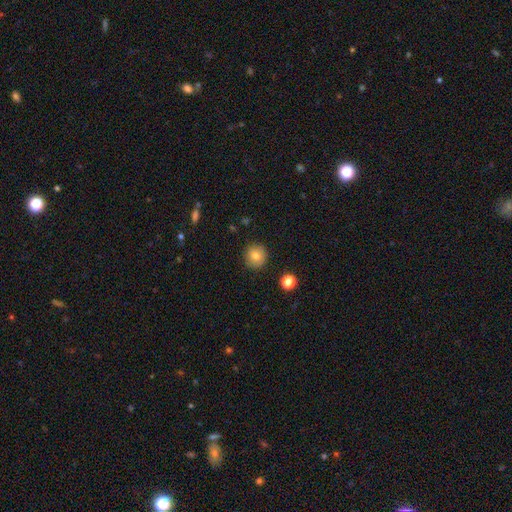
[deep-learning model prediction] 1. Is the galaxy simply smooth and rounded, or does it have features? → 81% smooth, 10% star or artifact, 10% featured or disk.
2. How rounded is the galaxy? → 93% round, 6% in between, 1% cigar-shaped.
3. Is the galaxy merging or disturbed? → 90% none, 7% minor disturbance, 2% major disturbance, 1% merger.